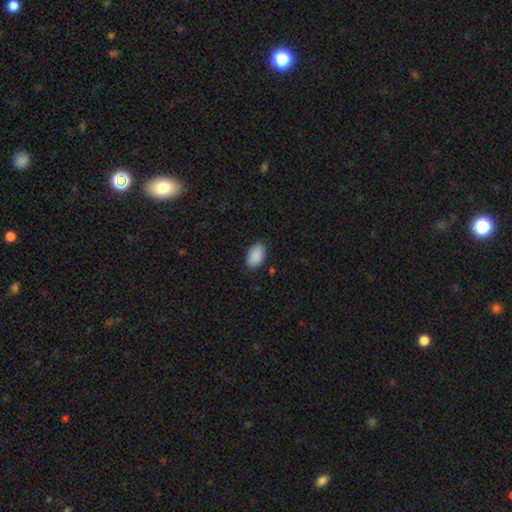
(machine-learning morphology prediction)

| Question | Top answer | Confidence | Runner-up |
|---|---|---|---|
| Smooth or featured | smooth | 90% | star or artifact (7%) |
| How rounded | in between | 92% | round (6%) |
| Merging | none | 85% | minor disturbance (12%) |